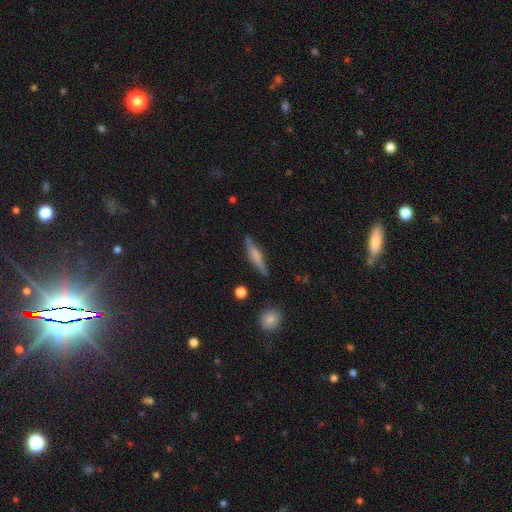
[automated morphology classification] Smooth or featured?
  - smooth: 50% *
  - featured or disk: 43%
  - star or artifact: 7%
Merging?
  - none: 82% *
  - minor disturbance: 13%
  - major disturbance: 3%
  - merger: 2%